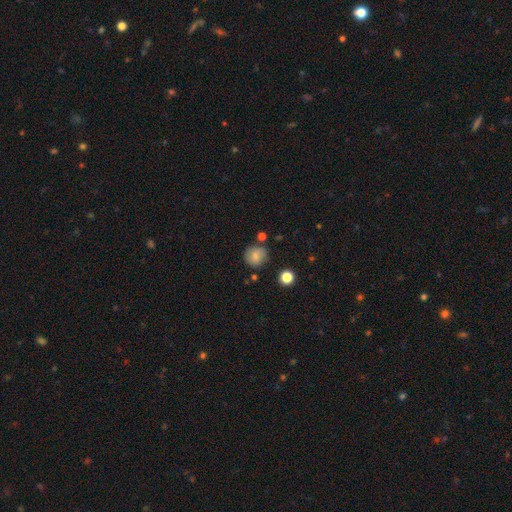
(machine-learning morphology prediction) smooth-or-featured: smooth: 74% | featured or disk: 16% | star or artifact: 10%
  how-rounded: round: 88% | in between: 11% | cigar-shaped: 1%
  merging: none: 75% | minor disturbance: 16% | merger: 5% | major disturbance: 4%